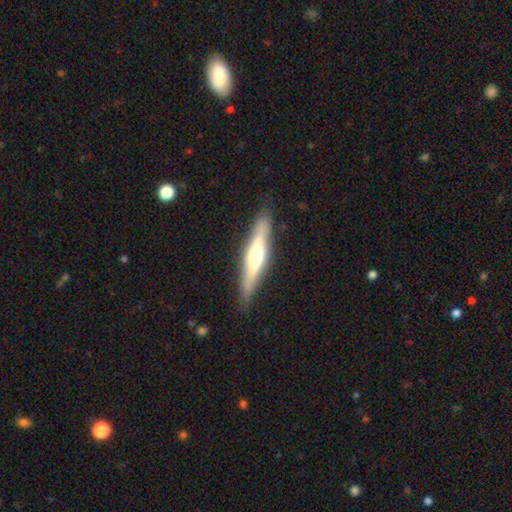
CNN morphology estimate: This is likely a featured or disk galaxy (61%). It is clearly viewed edge-on (94%). Edge-on bulge: clearly rounded (85%). Merging: clearly none (86%).